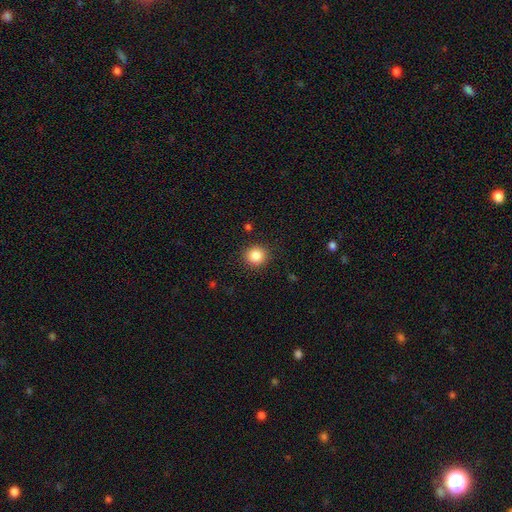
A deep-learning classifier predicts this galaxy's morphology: A smooth galaxy with no disk features (85%) that is round (91%). Merging: none (90%).